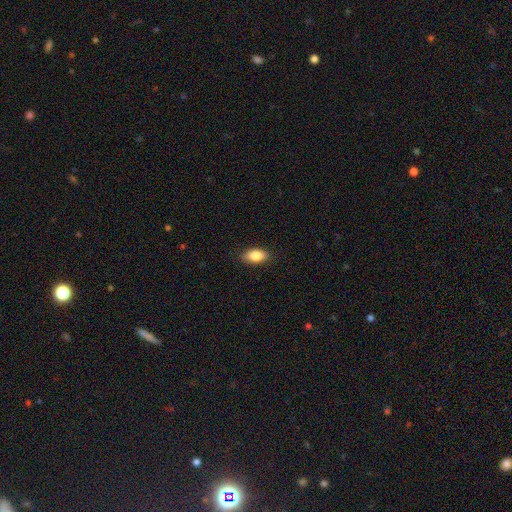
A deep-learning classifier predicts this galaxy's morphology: A smooth galaxy with no disk features (85%) that is in between round and cigar-shaped (91%). Merging: none (88%).